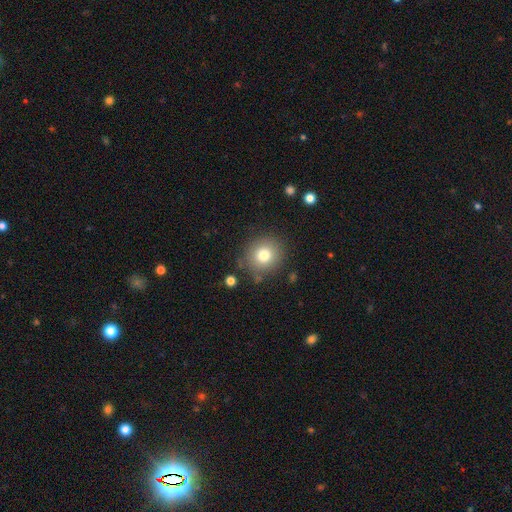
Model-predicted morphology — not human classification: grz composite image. It shows a smooth galaxy with no disk features (64%) that is round (88%). Merging: none (86%).